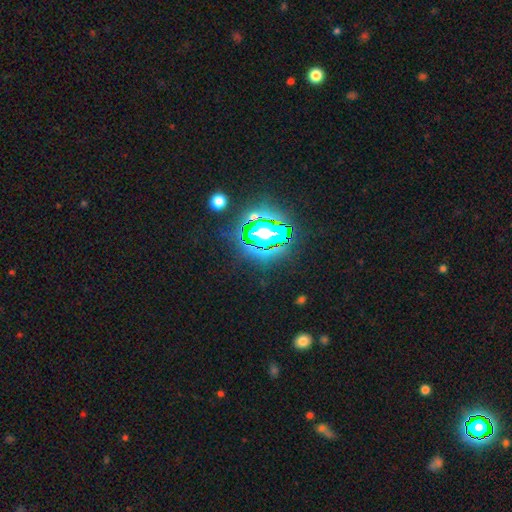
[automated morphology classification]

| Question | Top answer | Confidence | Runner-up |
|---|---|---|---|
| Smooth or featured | star or artifact | 81% | smooth (10%) |